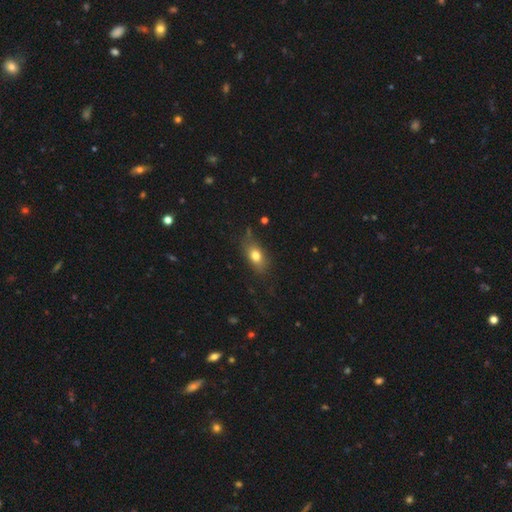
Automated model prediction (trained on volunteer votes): This appears to be a smooth galaxy with no disk features (76%) that is in between round and cigar-shaped (79%). Merging: none (70%).